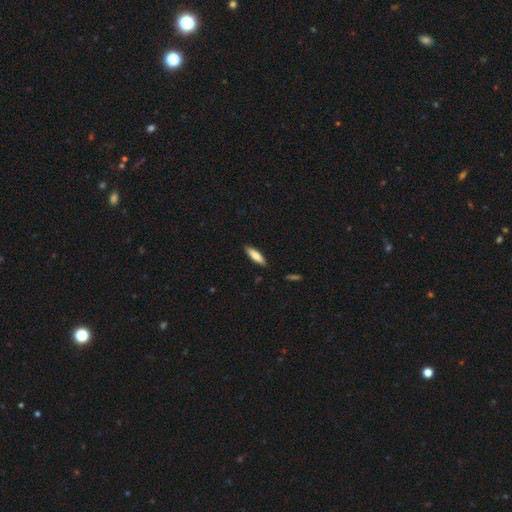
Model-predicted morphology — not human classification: The model was most divided on "how rounded": cigar-shaped: 65%, in between: 34%, round: 1%. More confident: merging — none (88%); smooth or featured — smooth (78%).